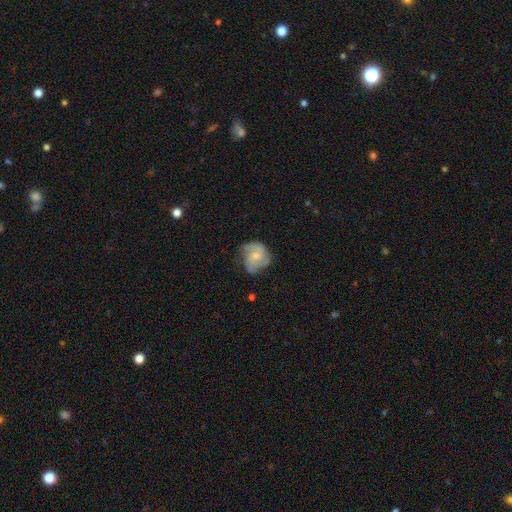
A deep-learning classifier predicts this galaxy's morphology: Smooth or featured?
  - featured or disk: 67% *
  - smooth: 26%
  - star or artifact: 7%
Edge-on disk?
  - no: 98% *
  - yes: 2%
Bar?
  - no: 66% *
  - weak: 30%
  - strong: 4%
Spiral arms?
  - yes: 91% *
  - no: 9%
Spiral winding?
  - medium: 46% *
  - tight: 38%
  - loose: 16%
Spiral arm count?
  - 3: 37% *
  - 2: 31%
  - can't tell: 18%
  - 4: 6%
  - 1: 4%
  - more than 4: 3%
Bulge size?
  - small: 45% *
  - moderate: 40%
  - none: 11%
  - large: 3%
  - dominant: 1%
Merging?
  - none: 64% *
  - minor disturbance: 25%
  - major disturbance: 10%
  - merger: 1%